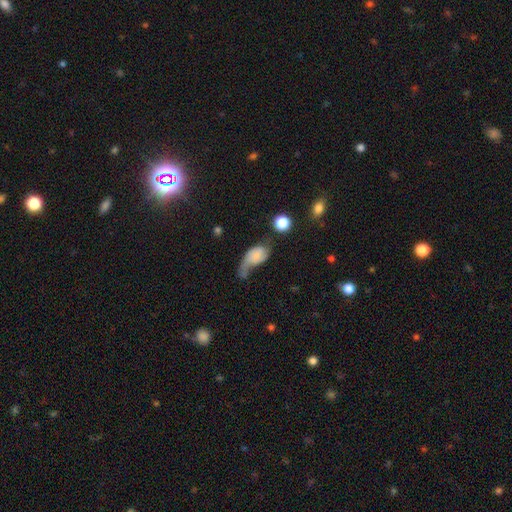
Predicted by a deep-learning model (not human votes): Overall: smooth (53%; featured or disk 37%). How rounded: in between (85%). Merging: major disturbance (48%; minor disturbance 23%).